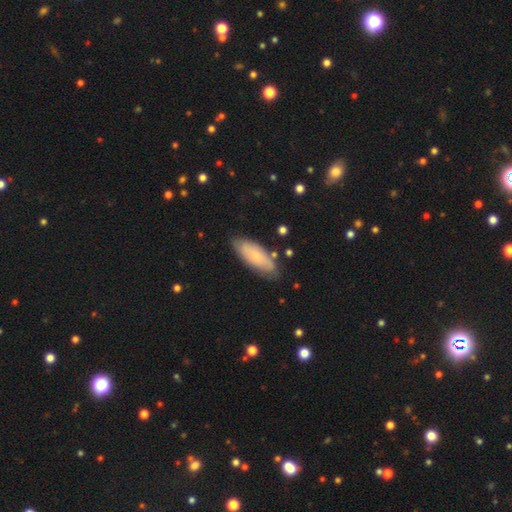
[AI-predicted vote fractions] Morphology: type=smooth (61%); roundness=in between (75%); merging=none (77%).